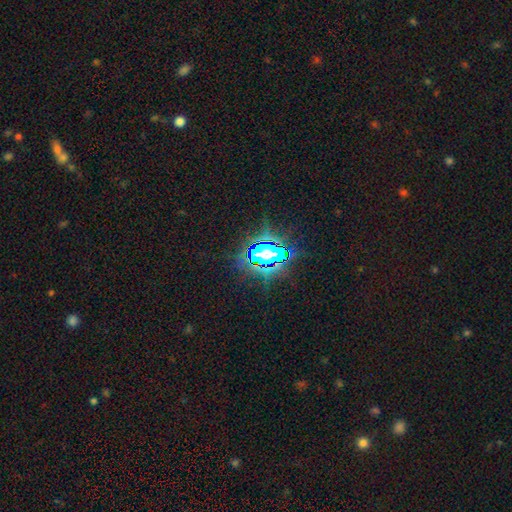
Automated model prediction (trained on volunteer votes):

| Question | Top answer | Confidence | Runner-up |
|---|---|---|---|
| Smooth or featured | star or artifact | 80% | smooth (13%) |